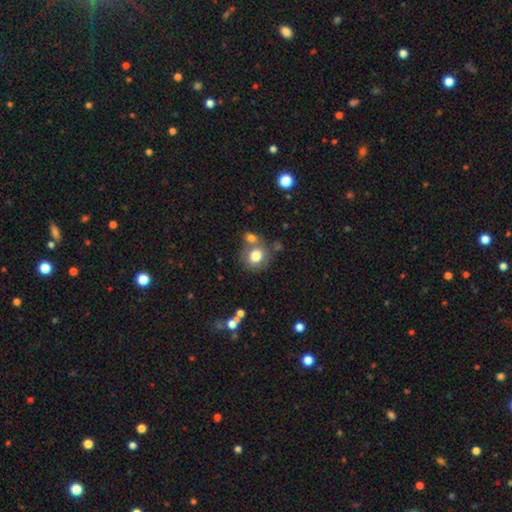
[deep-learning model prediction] This is likely a smooth galaxy (79%). How rounded: likely round (73%). Merging: possibly none (56%).